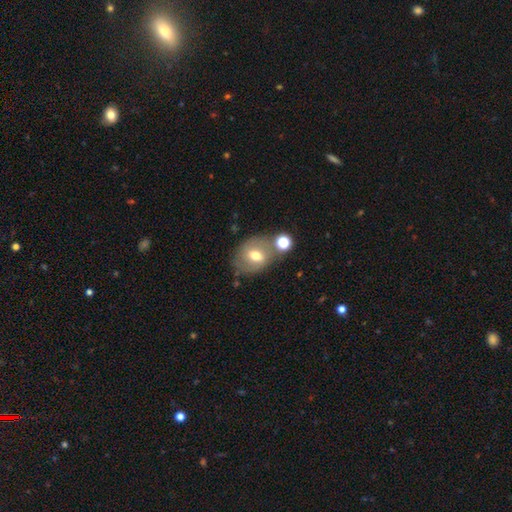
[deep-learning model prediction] Morphology: type=smooth (55%); roundness=in between (58%); merging=none (61%).